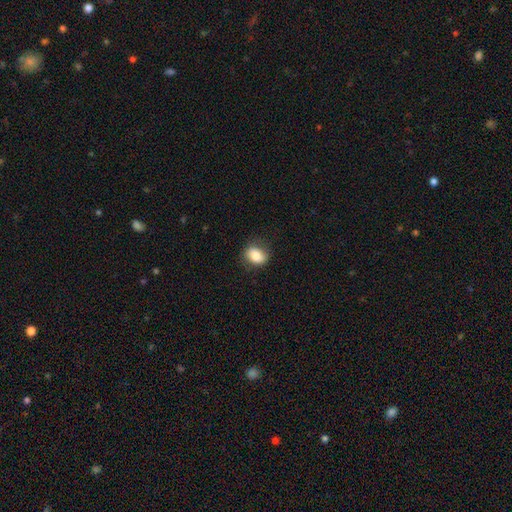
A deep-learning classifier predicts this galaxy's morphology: Overall: smooth (80%). How rounded: in between (58%; round 41%). Merging: none (79%).